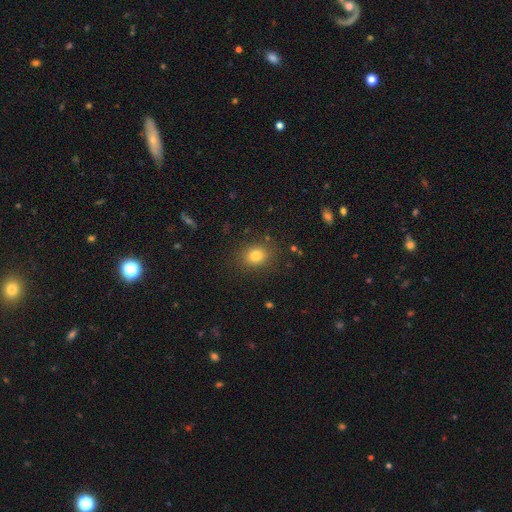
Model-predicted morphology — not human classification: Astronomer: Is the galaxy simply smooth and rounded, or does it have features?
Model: smooth — 80%.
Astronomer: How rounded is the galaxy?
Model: round — 62%.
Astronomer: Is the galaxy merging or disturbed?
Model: none — 86%.